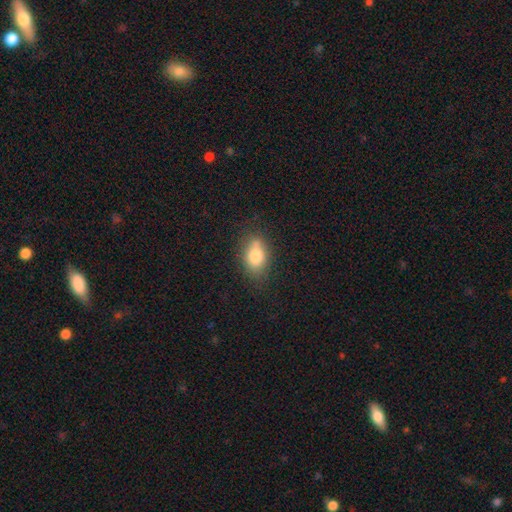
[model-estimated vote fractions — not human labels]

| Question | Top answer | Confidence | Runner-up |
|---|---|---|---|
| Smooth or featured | smooth | 79% | featured or disk (12%) |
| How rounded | in between | 78% | round (20%) |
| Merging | none | 64% | minor disturbance (21%) |